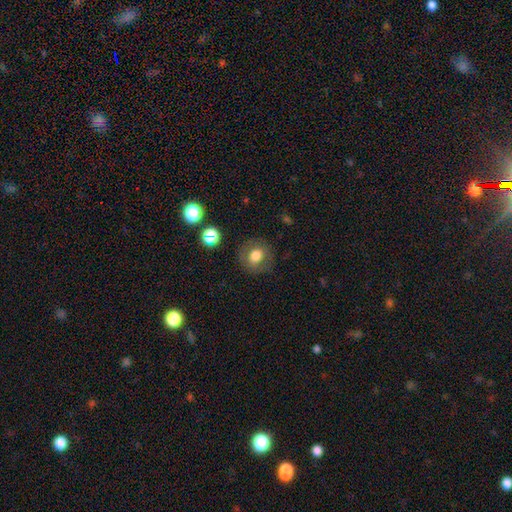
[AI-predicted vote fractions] Q: Smooth or featured?
A: smooth (70%); runner-up: featured or disk (19%)
Q: How rounded?
A: round (79%); runner-up: in between (20%)
Q: Merging?
A: none (81%); runner-up: minor disturbance (12%)